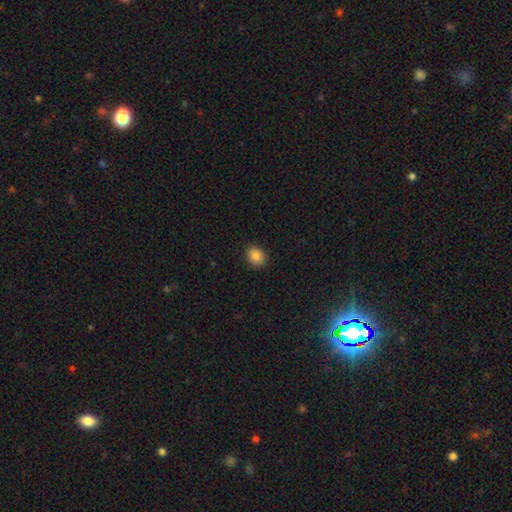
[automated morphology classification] smooth 85%, star or artifact 10%, featured or disk 5%. Down the decision tree: how rounded — round (58%); merging — none (88%).